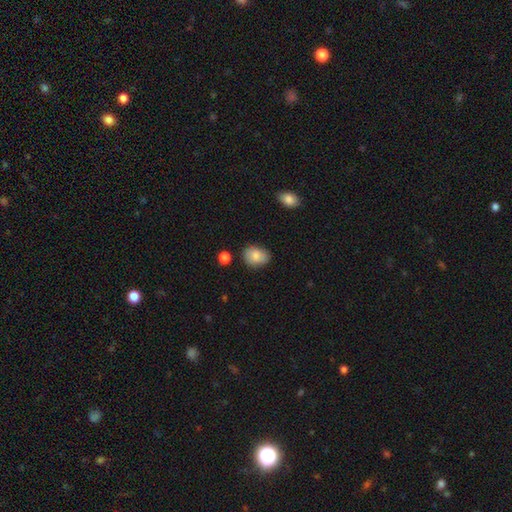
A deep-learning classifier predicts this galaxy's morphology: Smooth or featured? Predicted: smooth (p=0.84). How rounded? Predicted: in between (p=0.68). Merging? Predicted: none (p=0.75).